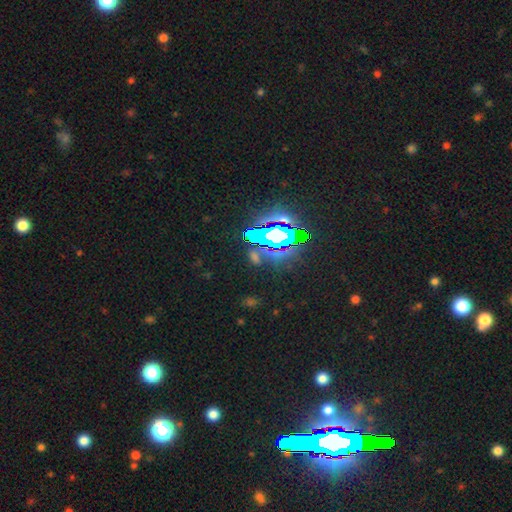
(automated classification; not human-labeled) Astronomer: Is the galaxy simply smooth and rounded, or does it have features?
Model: star or artifact — 66%.